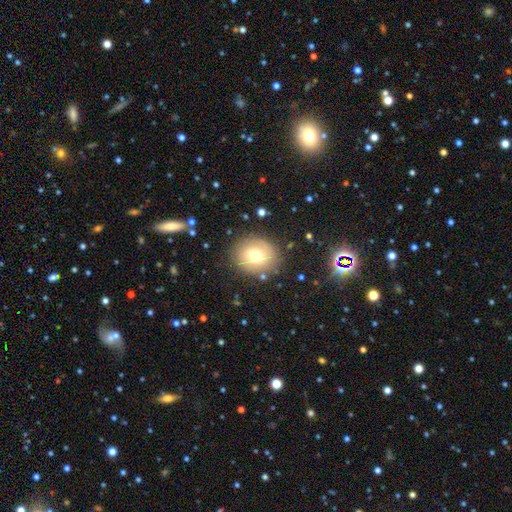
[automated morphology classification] Smooth or featured: smooth — 64% (featured or disk — 24%)
How rounded: round — 72% (in between — 27%)
Merging: none — 83% (minor disturbance — 11%)